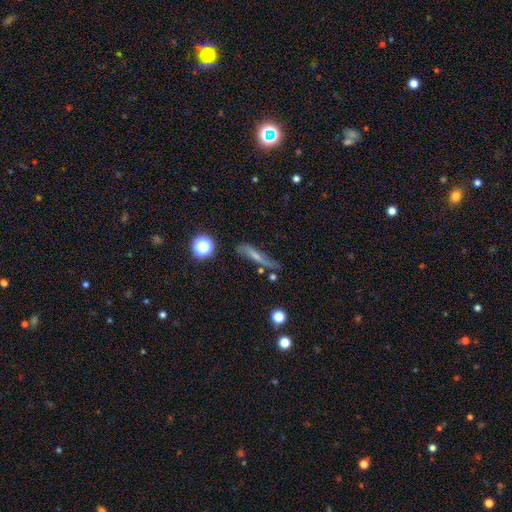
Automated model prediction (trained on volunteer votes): Q: Smooth or featured?
A: featured or disk (43%); runner-up: smooth (42%)
Q: Merging?
A: none (74%); runner-up: minor disturbance (17%)